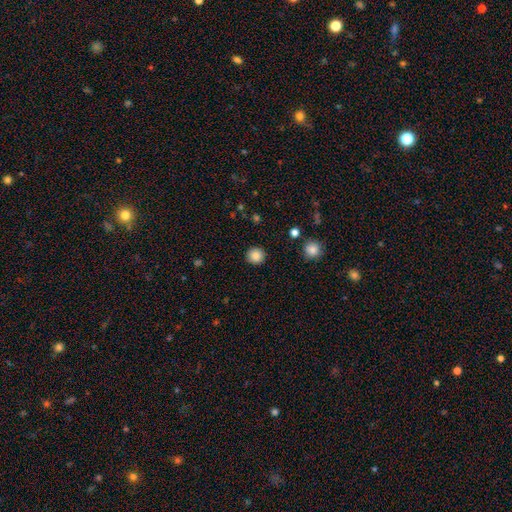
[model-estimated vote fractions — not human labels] smooth 86%, star or artifact 10%, featured or disk 4%. Down the decision tree: how rounded — round (94%); merging — none (92%).